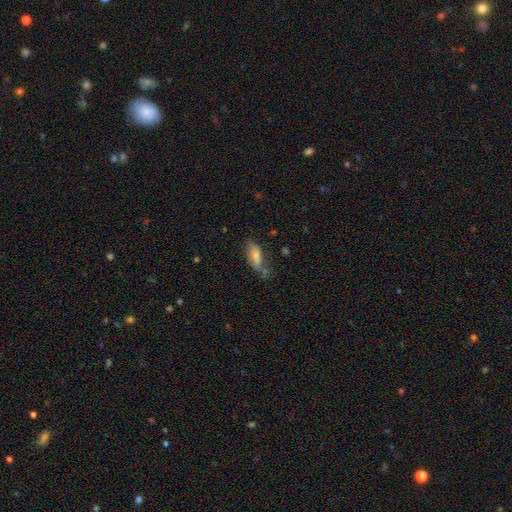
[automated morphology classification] smooth-or-featured: smooth: 61% | featured or disk: 27% | star or artifact: 12%
  how-rounded: in between: 62% | cigar-shaped: 34% | round: 3%
  merging: none: 56% | minor disturbance: 26% | major disturbance: 10% | merger: 8%